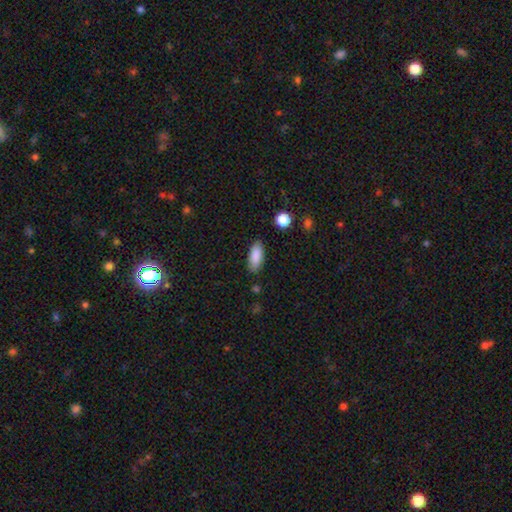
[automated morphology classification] A smooth galaxy with no disk features (88%) that is in between round and cigar-shaped (82%).

Vote fractions:
- Smooth or featured? smooth: 88% / star or artifact: 7% / featured or disk: 6%
- How rounded? in between: 82% / cigar-shaped: 16% / round: 2%
- Merging? none: 84% / minor disturbance: 12% / major disturbance: 2% / merger: 2%